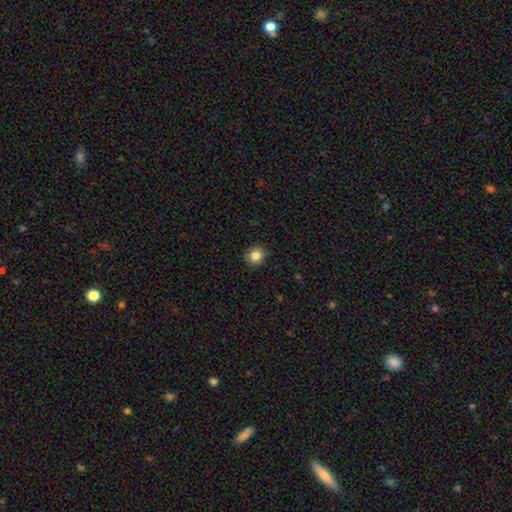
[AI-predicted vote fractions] smooth 84%, star or artifact 10%, featured or disk 6%. Down the decision tree: how rounded — round (85%); merging — none (90%).